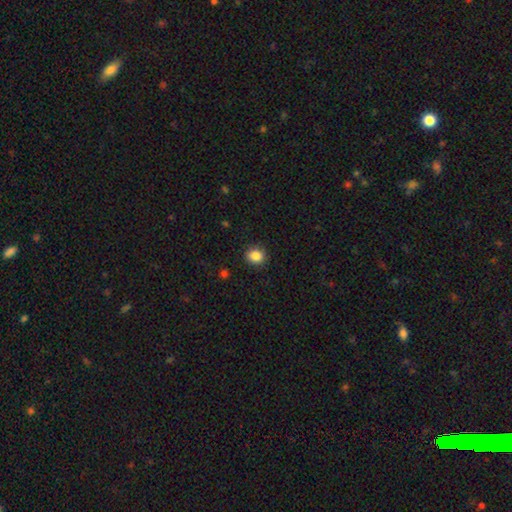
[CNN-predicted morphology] This is clearly a smooth galaxy (85%). How rounded: likely round (77%). Merging: clearly none (89%).